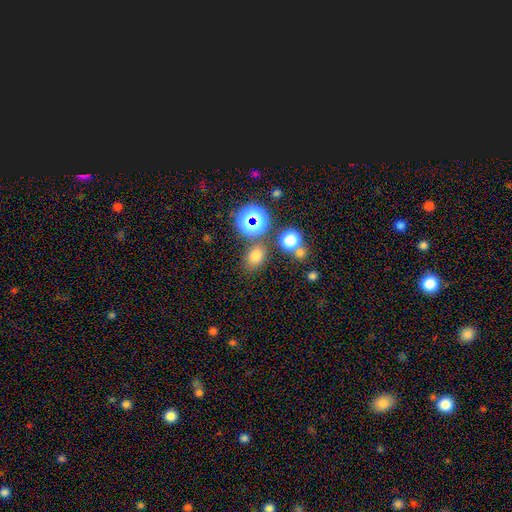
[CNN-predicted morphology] type=smooth (69%); roundness=in between (50%); merging=none (73%).